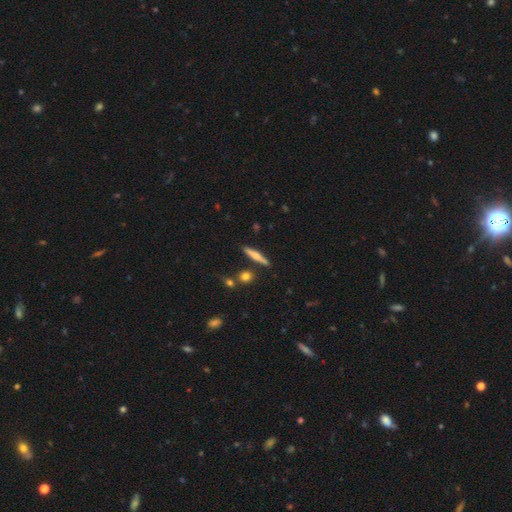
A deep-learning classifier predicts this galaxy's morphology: Smooth or featured?
  - smooth: 48% *
  - featured or disk: 45%
  - star or artifact: 7%
Merging?
  - none: 84% *
  - minor disturbance: 9%
  - merger: 5%
  - major disturbance: 2%